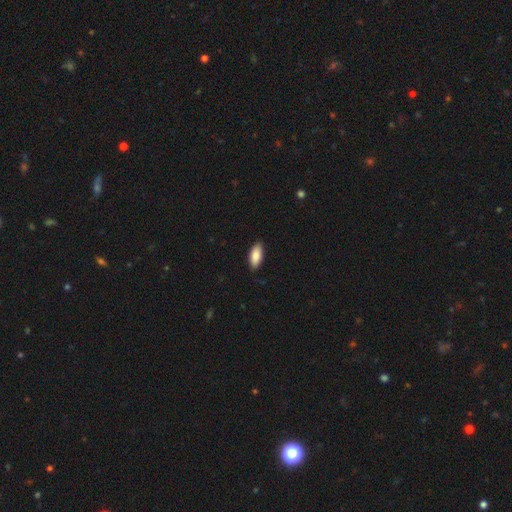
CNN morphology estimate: Q: Smooth or featured?
A: smooth (87%); runner-up: featured or disk (7%)
Q: How rounded?
A: in between (88%); runner-up: cigar-shaped (11%)
Q: Merging?
A: none (88%); runner-up: minor disturbance (9%)